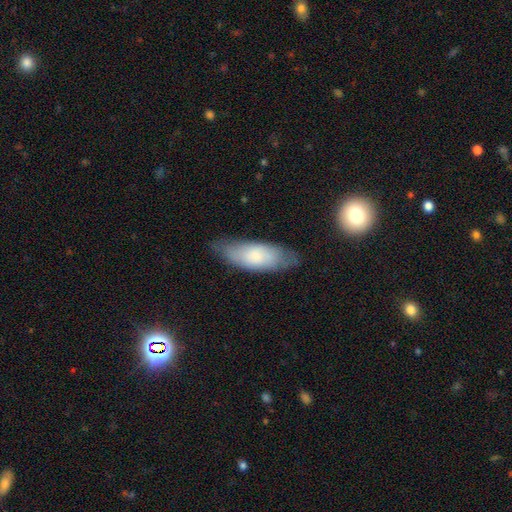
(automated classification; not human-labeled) smooth_or_featured: smooth (p=0.70) [alt: featured or disk p=0.23]
how_rounded: in between (p=0.71) [alt: cigar-shaped p=0.27]
merging: none (p=0.71) [alt: minor disturbance p=0.22]